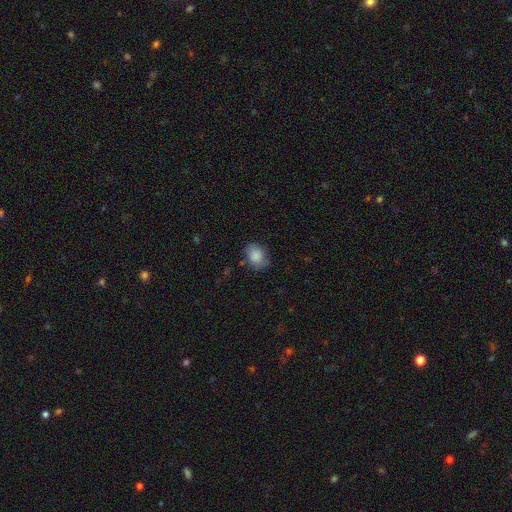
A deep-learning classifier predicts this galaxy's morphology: A smooth galaxy with no disk features (85%) that is in between round and cigar-shaped (64%). Merging: none (74%).